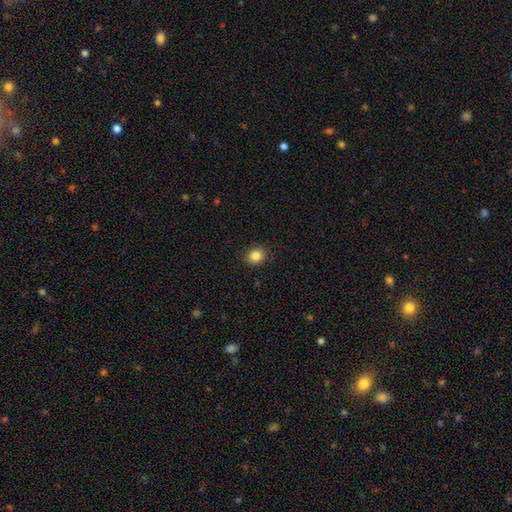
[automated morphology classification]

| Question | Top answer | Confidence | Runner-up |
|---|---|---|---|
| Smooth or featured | smooth | 85% | star or artifact (11%) |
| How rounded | round | 74% | in between (25%) |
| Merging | none | 90% | minor disturbance (7%) |